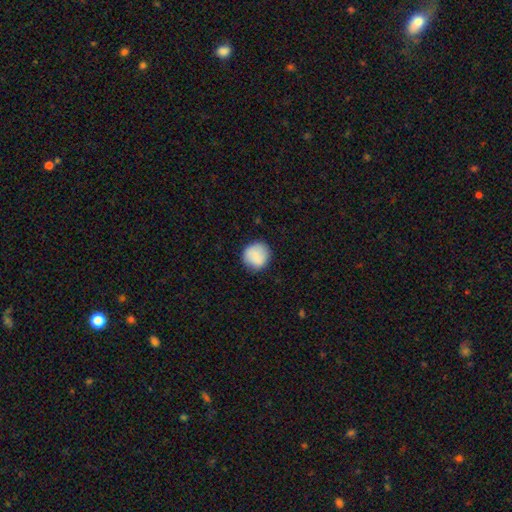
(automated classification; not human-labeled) This is clearly a smooth galaxy (83%). How rounded: clearly round (92%). Merging: clearly none (84%).